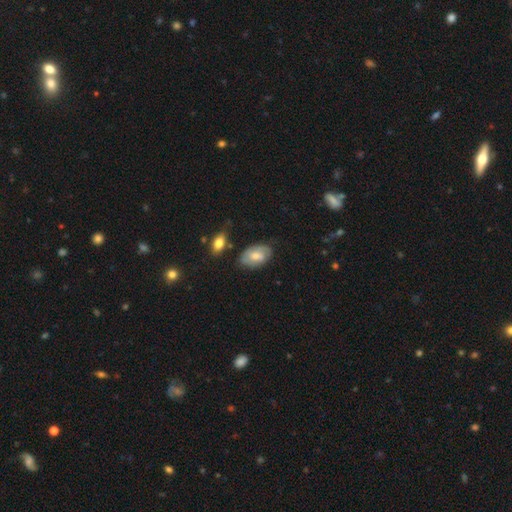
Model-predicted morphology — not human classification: This appears to be a smooth galaxy with no disk features (48%). Merging: none (67%).